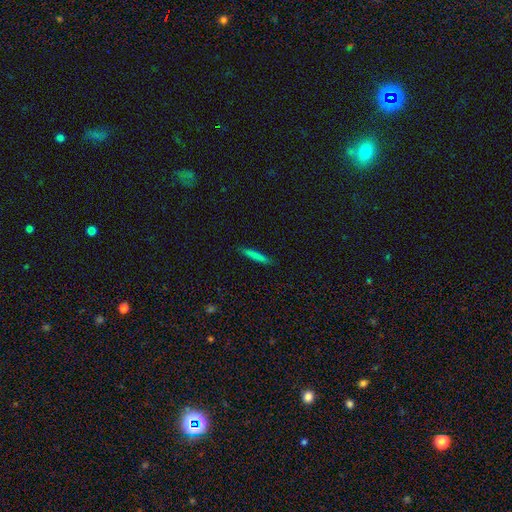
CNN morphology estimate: This is likely a smooth galaxy (78%). How rounded: clearly cigar-shaped (93%). Merging: clearly none (89%).